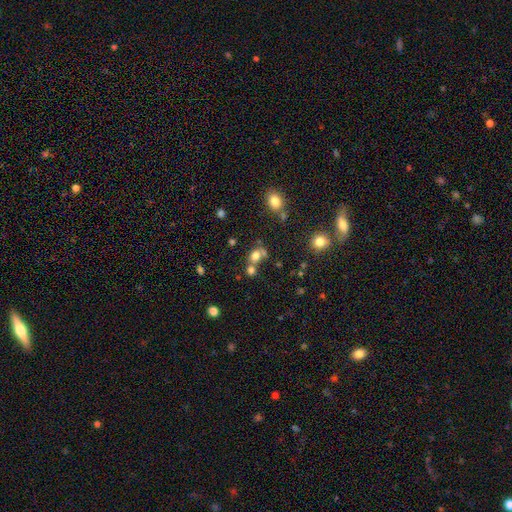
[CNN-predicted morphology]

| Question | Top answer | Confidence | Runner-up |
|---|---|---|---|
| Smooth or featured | smooth | 71% | star or artifact (16%) |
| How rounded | round | 63% | in between (35%) |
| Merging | merger | 45% | none (39%) |